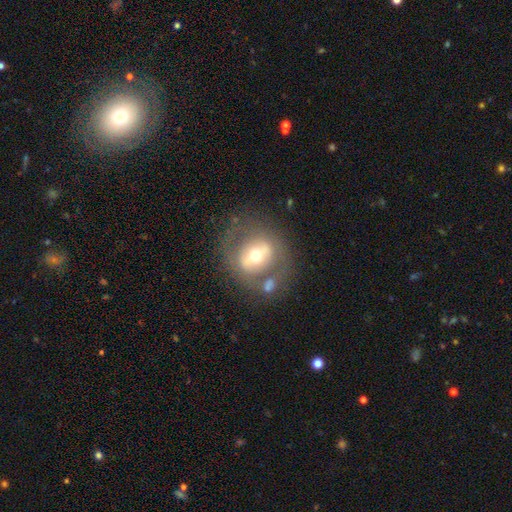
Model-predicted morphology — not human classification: featured or disk 54%, smooth 37%, star or artifact 9%. Down the decision tree: edge-on disk — no (89%); merging — none (63%).